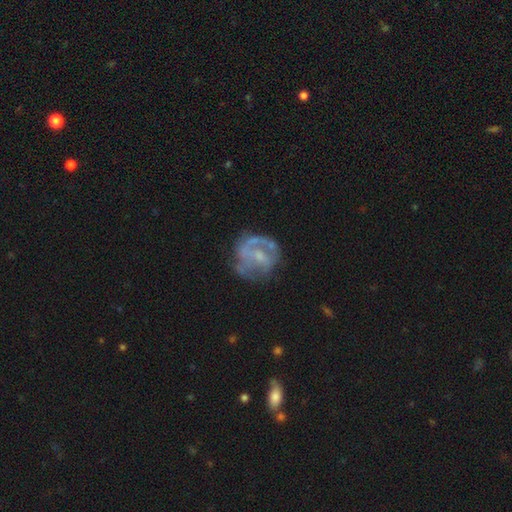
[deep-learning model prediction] This is likely a featured or disk galaxy (68%). It is clearly not viewed edge-on (98%). Bar: possibly no (54%). Spiral arm pattern: possibly yes (55%). Central bulge: marginally small (44%). Merging: possibly none (57%).